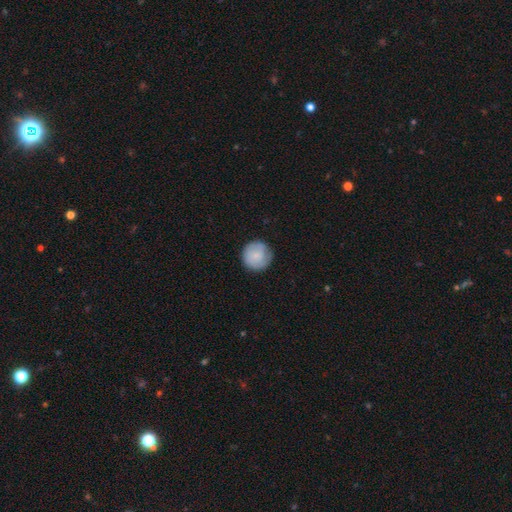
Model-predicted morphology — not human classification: smooth-or-featured: smooth: 80% | featured or disk: 13% | star or artifact: 6%
  how-rounded: round: 95% | in between: 4% | cigar-shaped: 1%
  merging: none: 82% | minor disturbance: 14% | major disturbance: 3% | merger: 1%